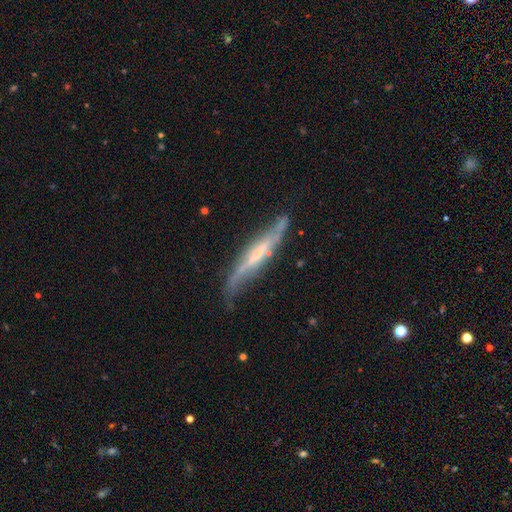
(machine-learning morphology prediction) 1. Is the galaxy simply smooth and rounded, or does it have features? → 69% featured or disk, 24% smooth, 7% star or artifact.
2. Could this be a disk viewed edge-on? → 79% yes, 21% no.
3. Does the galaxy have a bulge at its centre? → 54% none, 24% boxy, 22% rounded.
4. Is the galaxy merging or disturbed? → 63% none, 26% minor disturbance, 8% major disturbance, 3% merger.